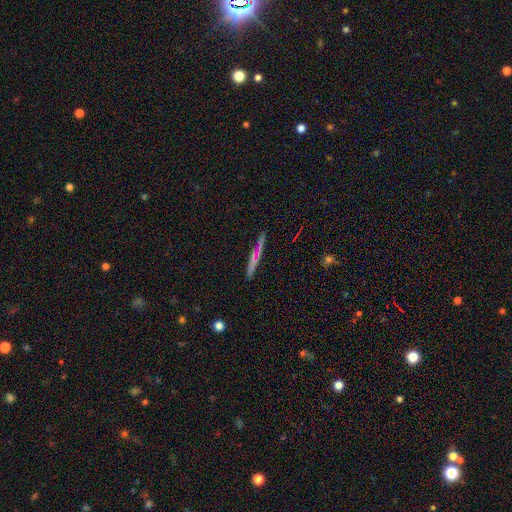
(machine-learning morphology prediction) This is possibly a smooth galaxy (47%). Merging: clearly none (86%).